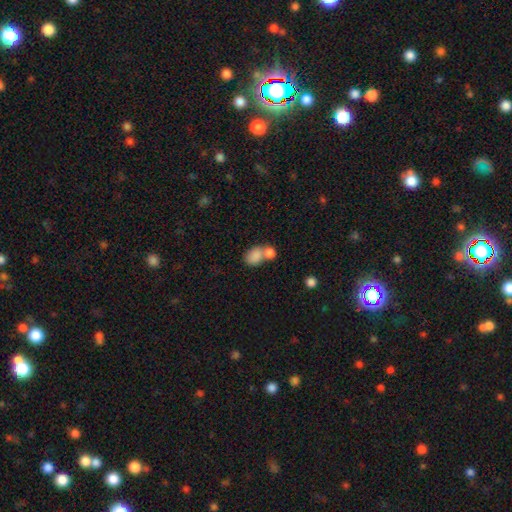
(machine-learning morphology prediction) A smooth galaxy with no disk features (82%) that is in between round and cigar-shaped (69%).

Vote fractions:
- Smooth or featured? smooth: 82% / featured or disk: 9% / star or artifact: 8%
- How rounded? in between: 69% / round: 30% / cigar-shaped: 1%
- Merging? merger: 62% / none: 26% / minor disturbance: 8% / major disturbance: 4%